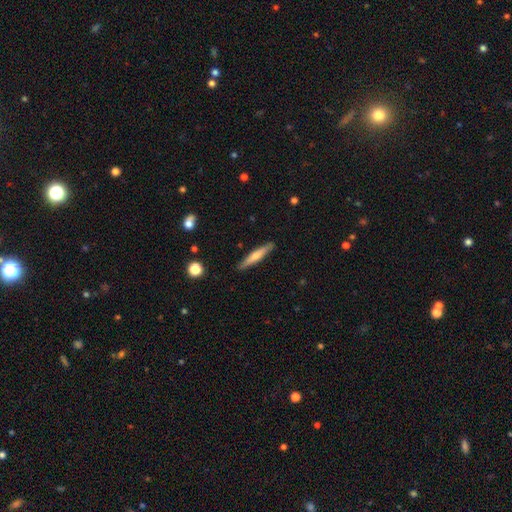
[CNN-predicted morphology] This is possibly a smooth galaxy (55%). How rounded: clearly cigar-shaped (92%). Merging: clearly none (89%).